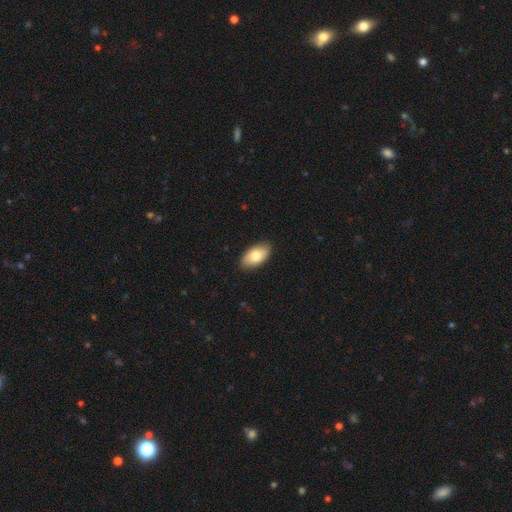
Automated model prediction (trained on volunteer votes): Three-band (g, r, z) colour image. It shows a smooth galaxy with no disk features (81%) that is in between round and cigar-shaped (95%). Merging: none (87%).